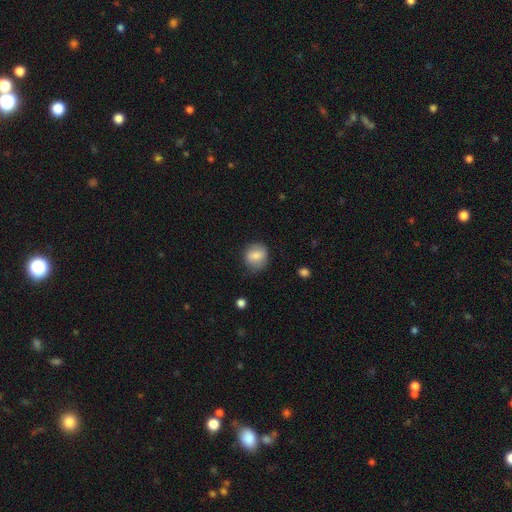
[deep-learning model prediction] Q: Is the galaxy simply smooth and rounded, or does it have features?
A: smooth — 81%.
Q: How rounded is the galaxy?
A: round — 80%.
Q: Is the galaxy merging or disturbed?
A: none — 77%.